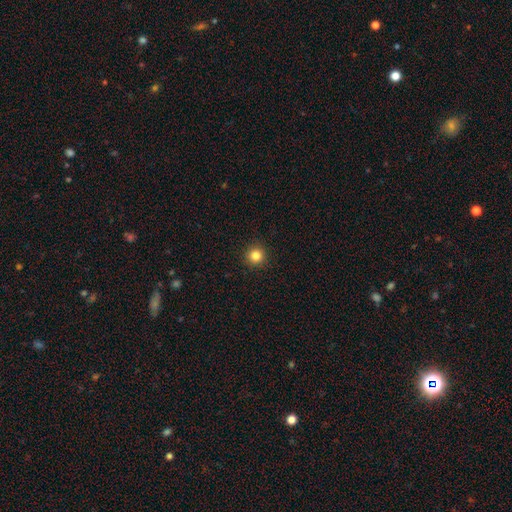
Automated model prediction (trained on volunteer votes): A smooth galaxy with no disk features (83%) that is round (95%).

Vote fractions:
- Smooth or featured? smooth: 83% / star or artifact: 12% / featured or disk: 4%
- How rounded? round: 95% / in between: 4% / cigar-shaped: 1%
- Merging? none: 93% / minor disturbance: 5% / major disturbance: 2% / merger: 1%